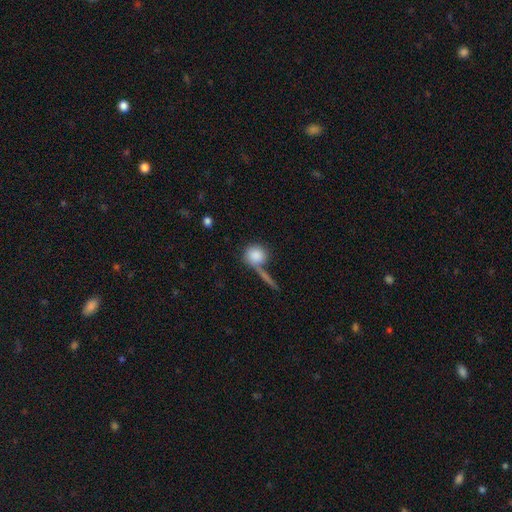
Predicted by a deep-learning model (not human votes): A smooth galaxy with no disk features (83%) that is round (85%). Merging: none (50%).